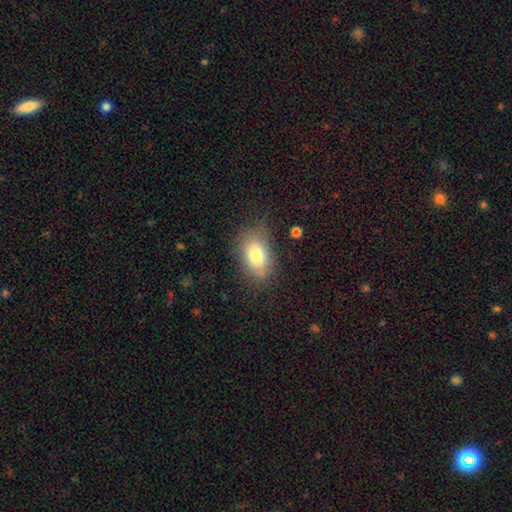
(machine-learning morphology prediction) Smooth or featured? smooth (77%)
How rounded? in between (87%)
Merging? none (73%)